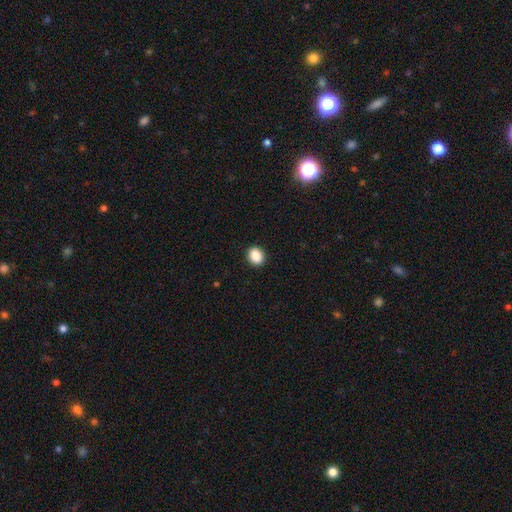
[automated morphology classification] Smooth or featured: smooth — 88% (star or artifact — 9%)
How rounded: round — 59% (in between — 40%)
Merging: none — 92% (minor disturbance — 6%)